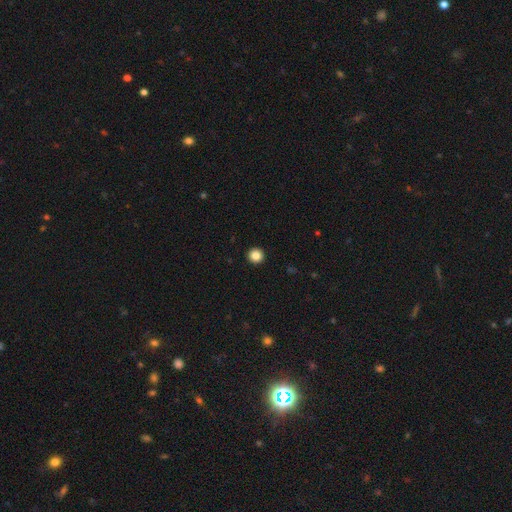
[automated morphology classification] Smooth or featured?
  - smooth: 85% *
  - star or artifact: 10%
  - featured or disk: 4%
How rounded?
  - round: 95% *
  - in between: 4%
  - cigar-shaped: 1%
Merging?
  - none: 94% *
  - minor disturbance: 4%
  - major disturbance: 1%
  - merger: 1%